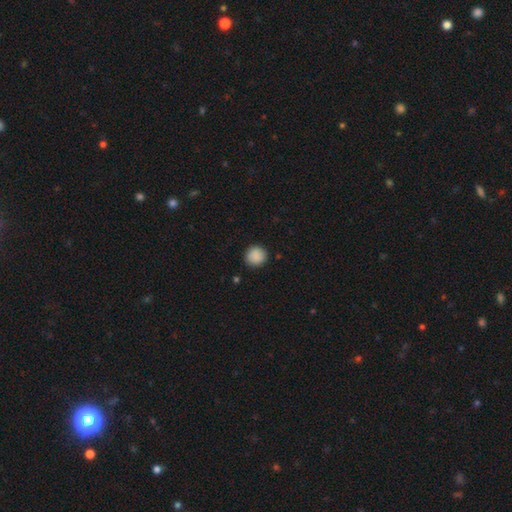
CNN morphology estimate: Overall: smooth (89%). How rounded: round (92%). Merging: none (90%).